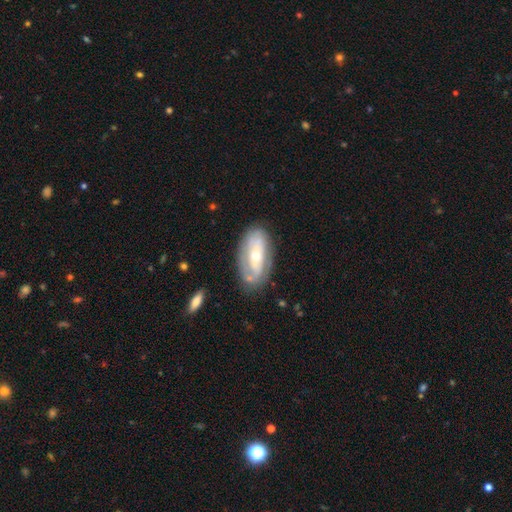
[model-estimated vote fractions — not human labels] smooth-or-featured: featured or disk: 65% | smooth: 29% | star or artifact: 6%
  disk-edge-on: no: 89% | yes: 11%
    bar: no: 62% | weak: 22% | strong: 16%
    has-spiral-arms: yes: 55% | no: 45%
    bulge-size: moderate: 49% | small: 47% | large: 3% | dominant: 1% | none: 1%
  merging: none: 73% | minor disturbance: 18% | major disturbance: 6% | merger: 3%